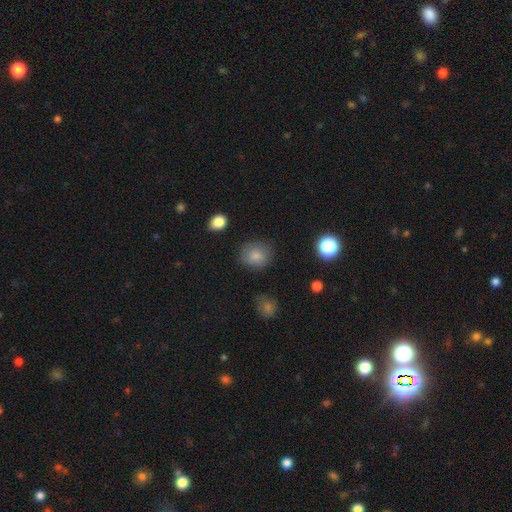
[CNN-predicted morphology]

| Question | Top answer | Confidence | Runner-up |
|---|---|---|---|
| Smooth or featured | smooth | 83% | star or artifact (10%) |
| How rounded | round | 73% | in between (26%) |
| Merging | none | 80% | minor disturbance (14%) |